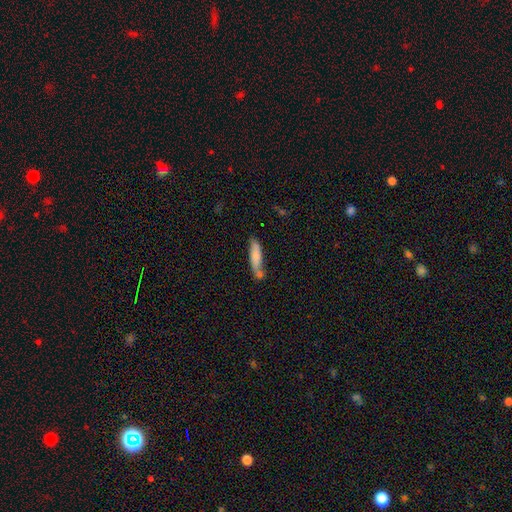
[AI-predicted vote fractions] Smooth or featured? Predicted: smooth (p=0.71). How rounded? Predicted: cigar-shaped (p=0.76). Merging? Predicted: none (p=0.52).